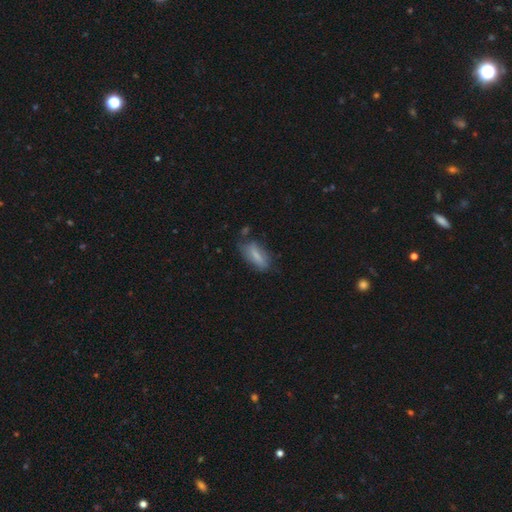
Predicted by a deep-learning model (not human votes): Smooth or featured? smooth (70%)
How rounded? in between (72%)
Merging? none (62%)